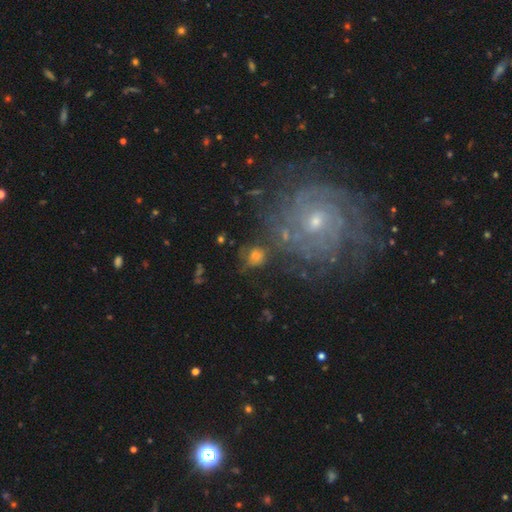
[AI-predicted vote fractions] smooth-or-featured: featured or disk: 53% | smooth: 31% | star or artifact: 16%
  disk-edge-on: no: 96% | yes: 4%
    bar: no: 61% | weak: 30% | strong: 9%
    has-spiral-arms: yes: 84% | no: 16%
    bulge-size: small: 55% | moderate: 33% | large: 5% | none: 5% | dominant: 2%
  merging: none: 70% | minor disturbance: 14% | major disturbance: 9% | merger: 7%